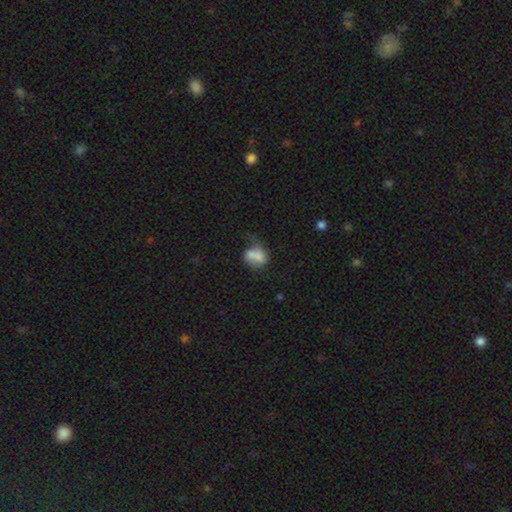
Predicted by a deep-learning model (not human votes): A smooth galaxy with no disk features (67%) that is in between round and cigar-shaped (51%).

Vote fractions:
- Smooth or featured? smooth: 67% / featured or disk: 23% / star or artifact: 10%
- How rounded? in between: 51% / round: 47% / cigar-shaped: 1%
- Merging? merger: 55% / none: 20% / minor disturbance: 13% / major disturbance: 12%